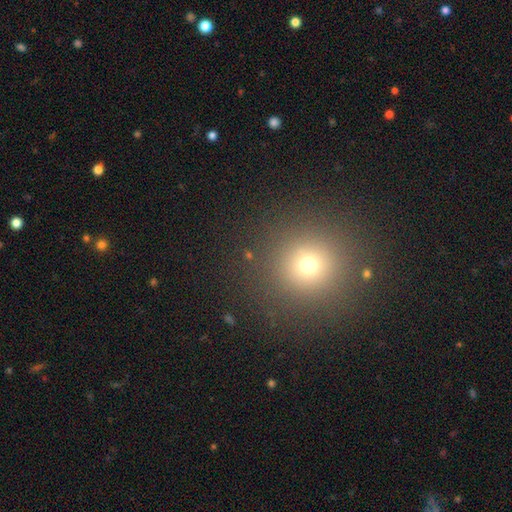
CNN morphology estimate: This appears to be a smooth galaxy with no disk features (62%) that is round (94%). Merging: none (92%).